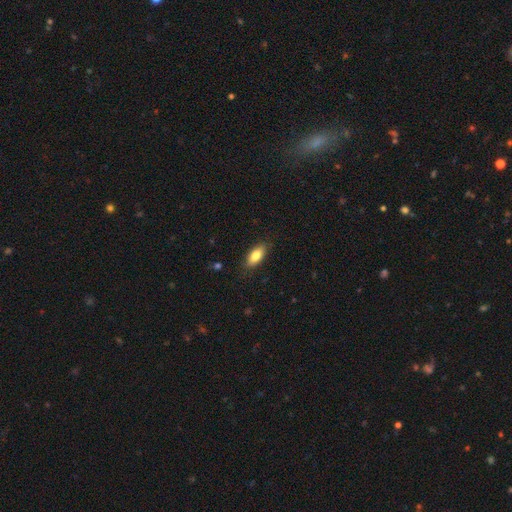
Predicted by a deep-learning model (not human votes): smooth 81%, featured or disk 13%, star or artifact 7%. Down the decision tree: how rounded — in between (85%); merging — none (85%).